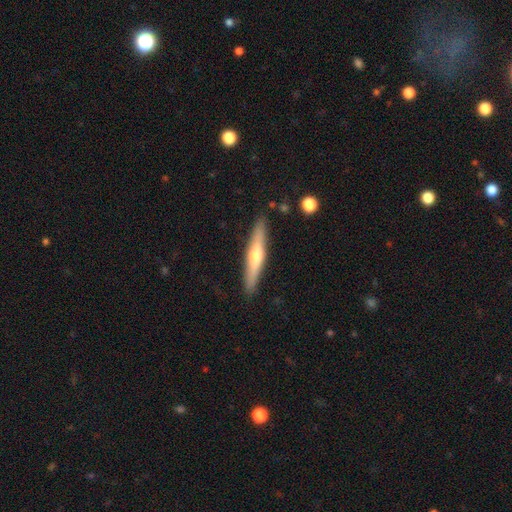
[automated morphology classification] A featured or disk galaxy (54%) viewed edge-on (94%) with a rounded central bulge (83%). Merging: none (89%).